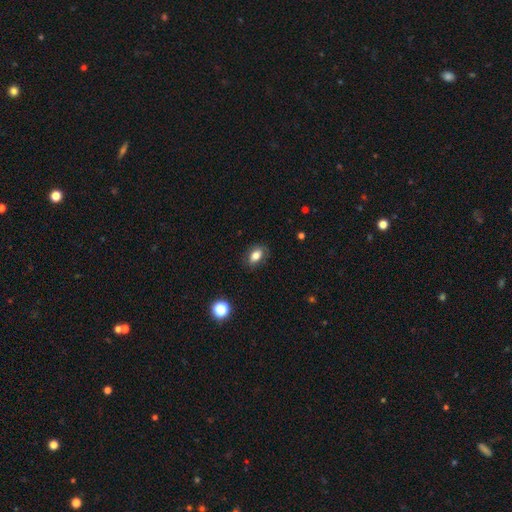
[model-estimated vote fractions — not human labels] Smooth or featured? Predicted: smooth (p=0.78). How rounded? Predicted: in between (p=0.85). Merging? Predicted: none (p=0.84).